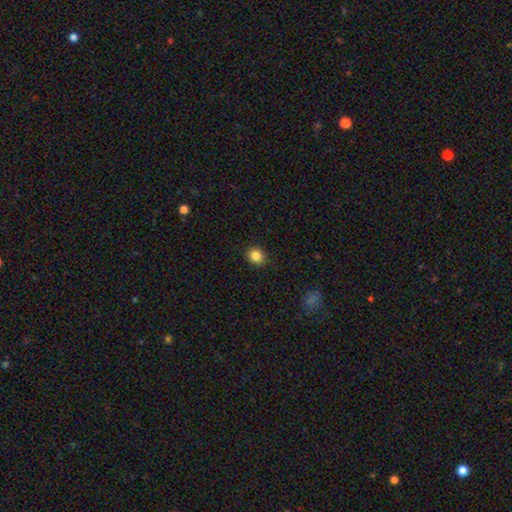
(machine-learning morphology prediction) The model was most divided on "how rounded": round: 79%, in between: 20%, cigar-shaped: 1%. More confident: merging — none (89%); smooth or featured — smooth (85%).